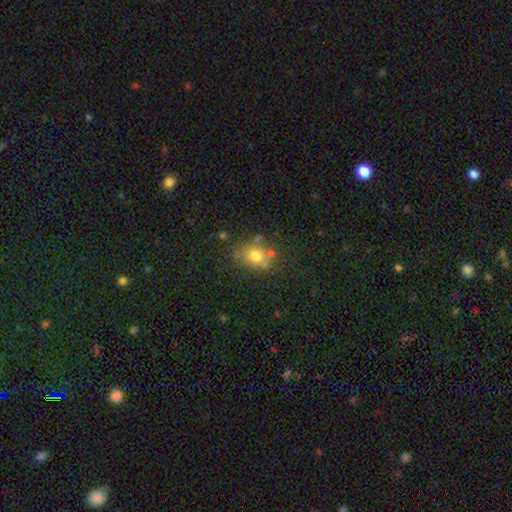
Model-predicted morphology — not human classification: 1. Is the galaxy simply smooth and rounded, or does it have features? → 72% smooth, 15% featured or disk, 13% star or artifact.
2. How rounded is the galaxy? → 51% round, 48% in between, 1% cigar-shaped.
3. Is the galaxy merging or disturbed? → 62% none, 19% minor disturbance, 11% merger, 8% major disturbance.